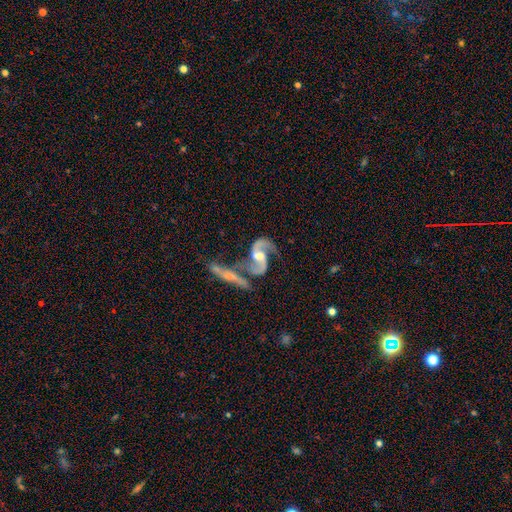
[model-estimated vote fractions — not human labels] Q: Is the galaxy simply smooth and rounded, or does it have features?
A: featured or disk — 89%.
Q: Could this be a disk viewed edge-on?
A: no — 96%.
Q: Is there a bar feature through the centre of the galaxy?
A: weak — 45%.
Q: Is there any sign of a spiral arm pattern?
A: yes — 96%.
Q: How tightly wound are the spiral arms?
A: loose — 56%.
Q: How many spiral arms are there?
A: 2 — 91%.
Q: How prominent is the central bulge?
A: moderate — 58%.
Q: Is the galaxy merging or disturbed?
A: merger — 43%.